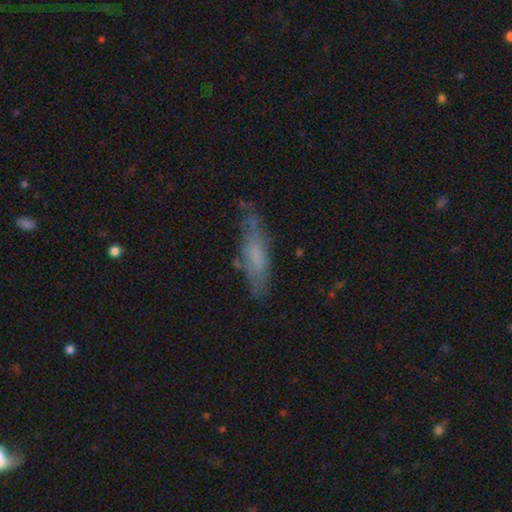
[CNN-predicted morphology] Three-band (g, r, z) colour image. It shows a smooth galaxy with no disk features (57%) that is cigar-shaped (66%). Merging: none (69%).